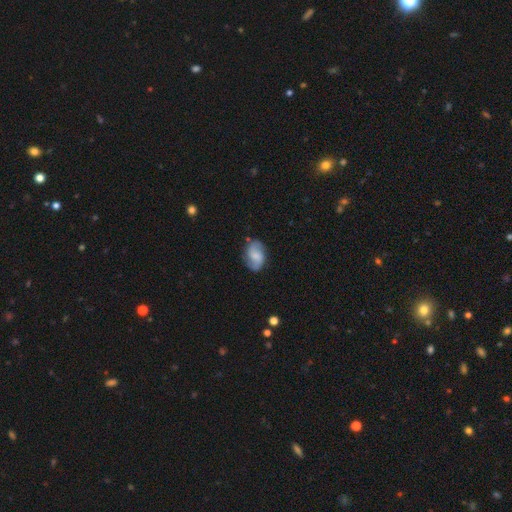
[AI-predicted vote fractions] Smooth or featured?
  - featured or disk: 51% *
  - smooth: 42%
  - star or artifact: 7%
Edge-on disk?
  - no: 97% *
  - yes: 3%
Merging?
  - none: 76% *
  - minor disturbance: 18%
  - major disturbance: 5%
  - merger: 2%